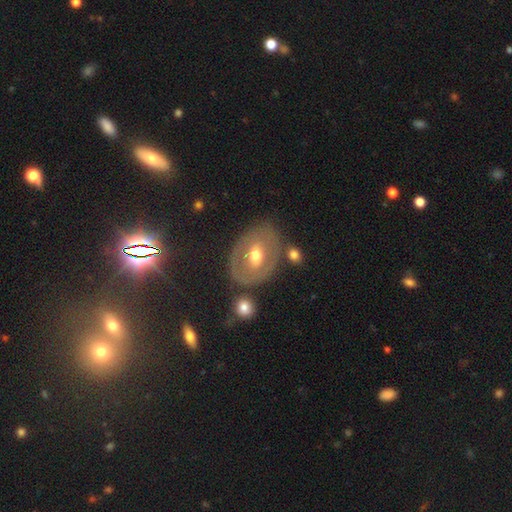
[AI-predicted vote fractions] The model was most divided on "bar": no: 50%, weak: 34%, strong: 16%. More confident: edge-on disk — no (92%); spiral arms — no (78%); bulge size — moderate (75%); merging — none (72%); smooth or featured — featured or disk (56%).